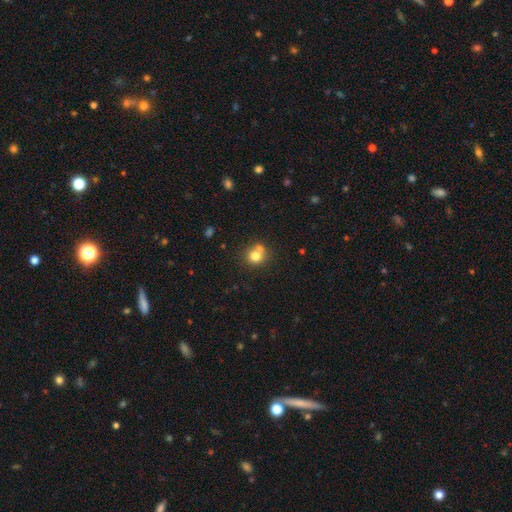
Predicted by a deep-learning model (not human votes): smooth-or-featured: smooth: 77% | star or artifact: 12% | featured or disk: 11%
  how-rounded: round: 86% | in between: 13% | cigar-shaped: 1%
  merging: none: 55% | merger: 33% | minor disturbance: 9% | major disturbance: 3%